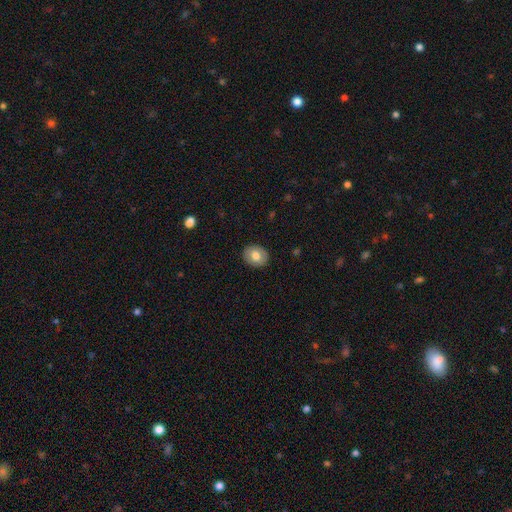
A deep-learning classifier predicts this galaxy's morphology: Smooth or featured? smooth (76%)
How rounded? round (56%)
Merging? none (89%)